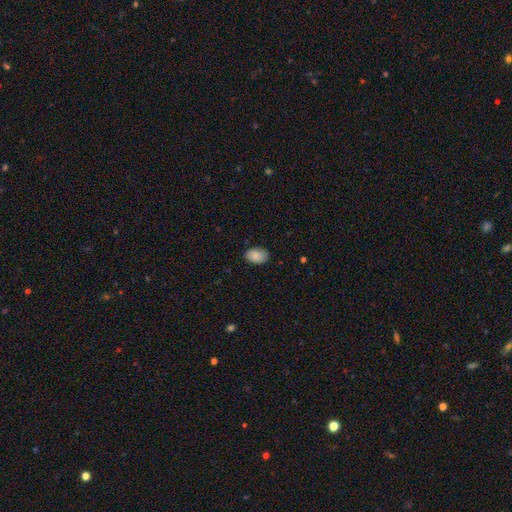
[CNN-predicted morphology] Q: Smooth or featured?
A: smooth (88%); runner-up: star or artifact (7%)
Q: How rounded?
A: in between (88%); runner-up: round (11%)
Q: Merging?
A: none (84%); runner-up: minor disturbance (13%)